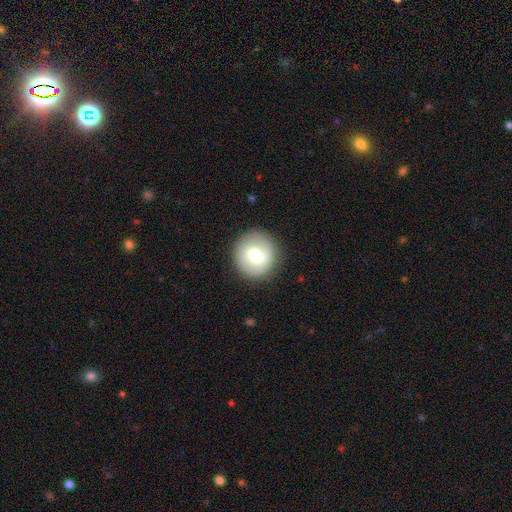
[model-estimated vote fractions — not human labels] A smooth galaxy with no disk features (64%) that is round (92%).

Vote fractions:
- Smooth or featured? smooth: 64% / featured or disk: 28% / star or artifact: 8%
- How rounded? round: 92% / in between: 7% / cigar-shaped: 1%
- Merging? none: 87% / minor disturbance: 9% / major disturbance: 3% / merger: 1%